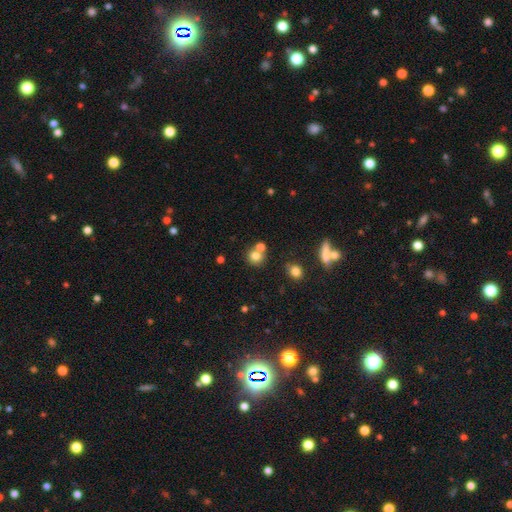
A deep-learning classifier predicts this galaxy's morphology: A smooth galaxy with no disk features (77%) that is round (85%).

Vote fractions:
- Smooth or featured? smooth: 77% / star or artifact: 13% / featured or disk: 11%
- How rounded? round: 85% / in between: 14% / cigar-shaped: 1%
- Merging? none: 54% / merger: 35% / minor disturbance: 8% / major disturbance: 3%